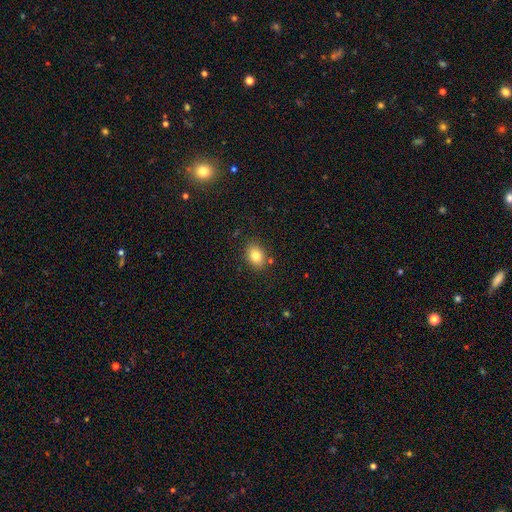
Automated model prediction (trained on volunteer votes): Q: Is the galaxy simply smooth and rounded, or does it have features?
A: smooth — 81%.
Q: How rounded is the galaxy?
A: in between — 66%.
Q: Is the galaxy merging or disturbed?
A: none — 83%.